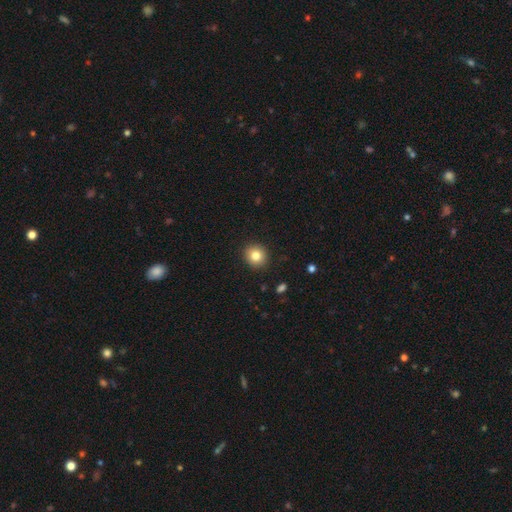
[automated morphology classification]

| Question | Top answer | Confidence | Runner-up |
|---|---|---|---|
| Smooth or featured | smooth | 83% | star or artifact (10%) |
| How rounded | round | 86% | in between (13%) |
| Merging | none | 91% | minor disturbance (6%) |